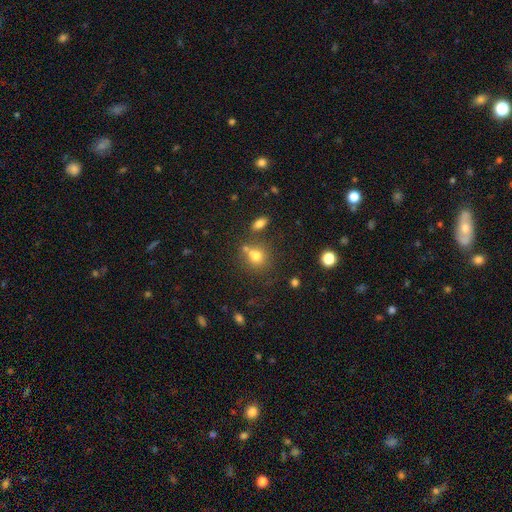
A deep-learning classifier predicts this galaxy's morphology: Overall: smooth (72%). How rounded: round (71%). Merging: none (54%; merger 28%).